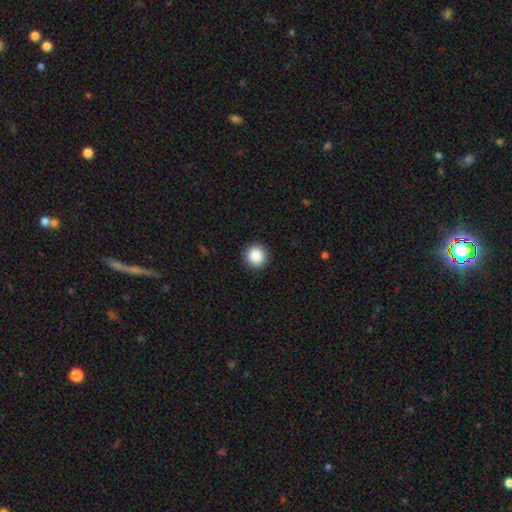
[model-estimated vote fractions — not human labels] Smooth or featured? Predicted: smooth (p=0.88). How rounded? Predicted: round (p=0.94). Merging? Predicted: none (p=0.92).